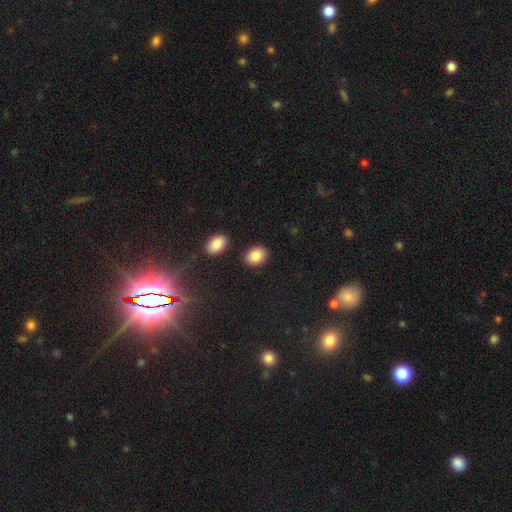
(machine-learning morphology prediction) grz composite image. It shows a smooth galaxy with no disk features (85%) that is in between round and cigar-shaped (66%). Merging: none (85%).